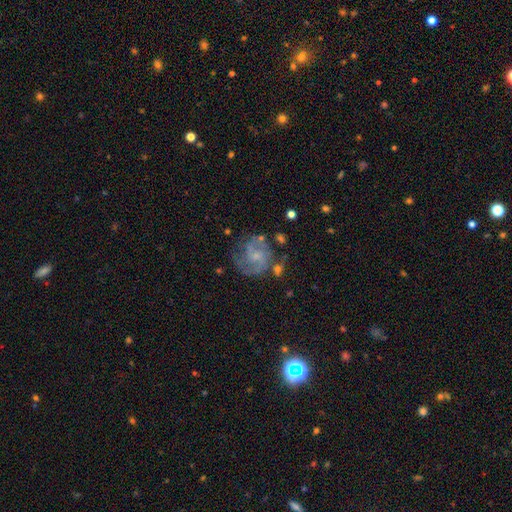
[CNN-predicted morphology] smooth_or_featured: featured or disk (p=0.79) [alt: smooth p=0.13]
disk_edge_on: no (p=0.98) [alt: yes p=0.02]
bar: no (p=0.60) [alt: weak p=0.35]
has_spiral_arms: yes (p=0.92) [alt: no p=0.08]
spiral_winding: medium (p=0.51) [alt: tight p=0.28]
spiral_arm_count: 2 (p=0.62) [alt: can't tell p=0.15]
bulge_size: small (p=0.64) [alt: moderate p=0.18]
merging: none (p=0.58) [alt: minor disturbance p=0.21]